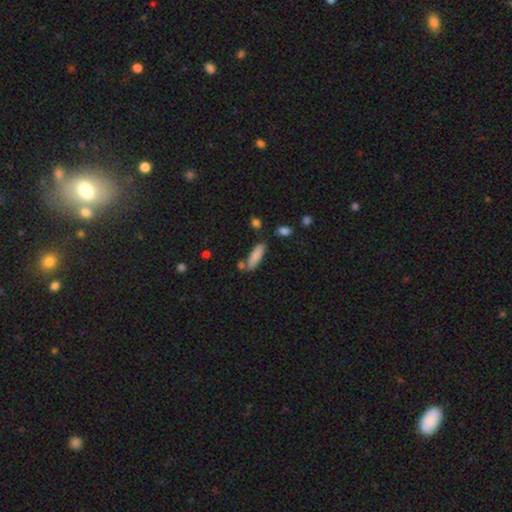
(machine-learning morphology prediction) smooth-or-featured: smooth: 84% | featured or disk: 9% | star or artifact: 7%
  how-rounded: cigar-shaped: 58% | in between: 40% | round: 2%
  merging: none: 69% | minor disturbance: 16% | merger: 11% | major disturbance: 4%